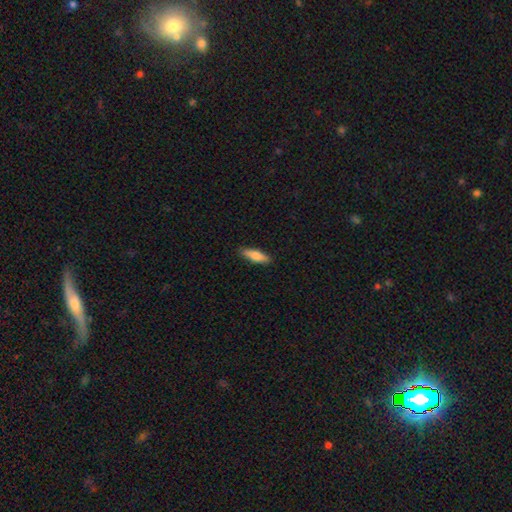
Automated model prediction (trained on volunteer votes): The model was most divided on "how rounded": cigar-shaped: 58%, in between: 40%, round: 2%. More confident: merging — none (89%); smooth or featured — smooth (75%).